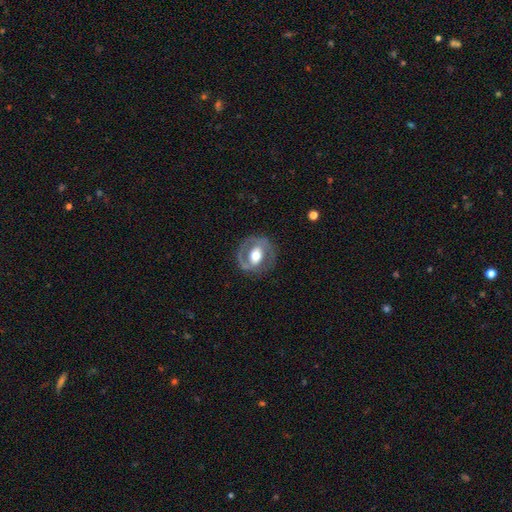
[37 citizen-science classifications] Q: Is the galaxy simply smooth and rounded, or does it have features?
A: featured or disk — 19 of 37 (51%).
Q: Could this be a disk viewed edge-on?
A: no — 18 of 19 (95%).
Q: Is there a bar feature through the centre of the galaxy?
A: weak — 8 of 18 (44%).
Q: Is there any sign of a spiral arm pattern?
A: yes — 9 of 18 (50%, tied with no).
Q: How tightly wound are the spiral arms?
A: tight — 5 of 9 (56%).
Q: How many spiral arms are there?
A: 2 — 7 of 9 (78%).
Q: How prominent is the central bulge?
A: moderate — 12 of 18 (67%).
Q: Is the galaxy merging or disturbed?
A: none — 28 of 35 (80%).